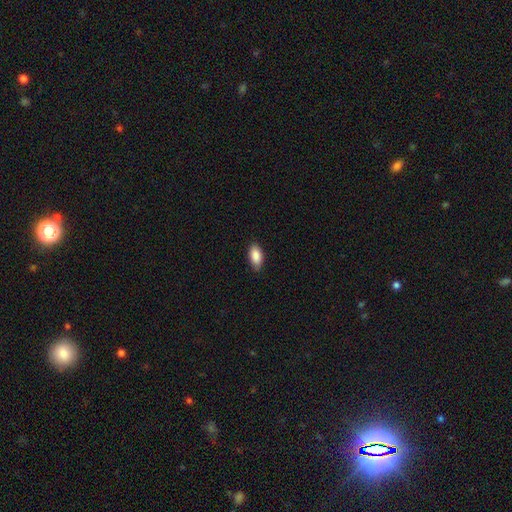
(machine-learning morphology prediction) Smooth or featured?
  - smooth: 88% *
  - star or artifact: 6%
  - featured or disk: 6%
How rounded?
  - in between: 91% *
  - cigar-shaped: 6%
  - round: 3%
Merging?
  - none: 83% *
  - minor disturbance: 14%
  - major disturbance: 2%
  - merger: 1%